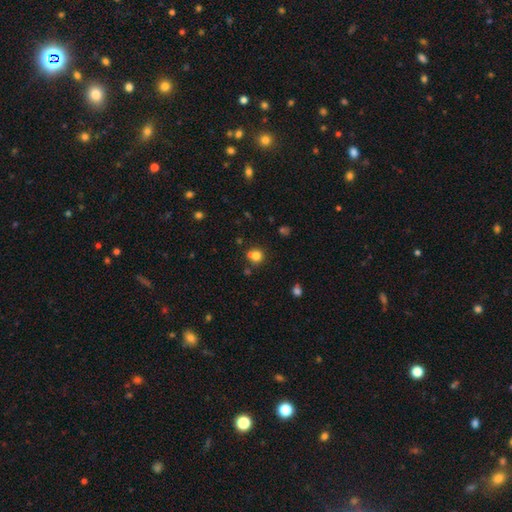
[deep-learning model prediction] Q: Smooth or featured?
A: smooth (79%); runner-up: star or artifact (14%)
Q: How rounded?
A: round (87%); runner-up: in between (12%)
Q: Merging?
A: none (63%); runner-up: merger (20%)